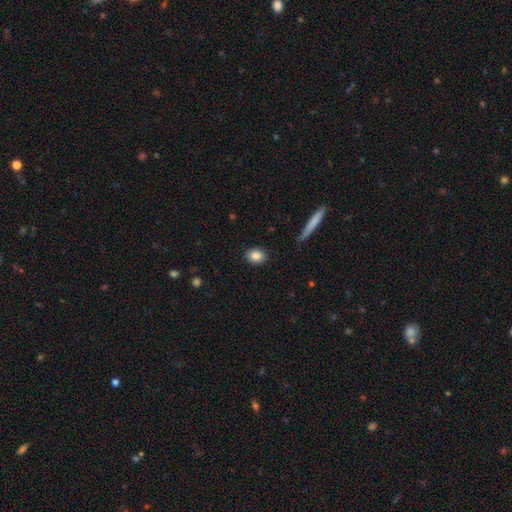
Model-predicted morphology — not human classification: Smooth or featured: smooth — 85% (star or artifact — 8%)
How rounded: in between — 63% (round — 34%)
Merging: none — 88% (minor disturbance — 9%)